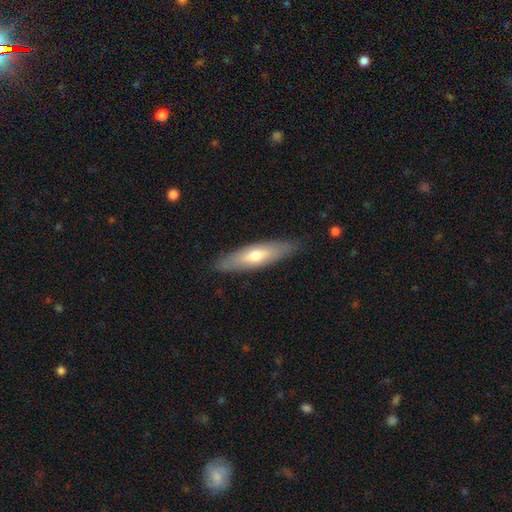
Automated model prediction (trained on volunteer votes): smooth-or-featured: smooth: 57% | featured or disk: 38% | star or artifact: 6%
  how-rounded: cigar-shaped: 61% | in between: 37% | round: 2%
  merging: none: 86% | minor disturbance: 10% | major disturbance: 2% | merger: 1%